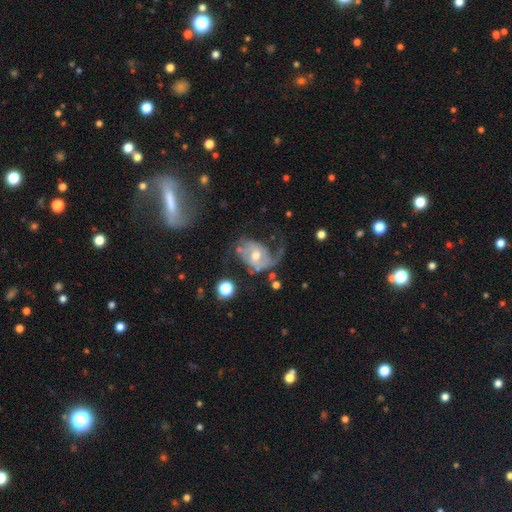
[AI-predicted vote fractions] This is likely a featured or disk galaxy (79%). It is clearly not viewed edge-on (97%). Bar: possibly no (56%). Spiral arm pattern: clearly yes (89%). Spiral arm count: possibly 2 (49%). Spiral winding: possibly loose (47%). Central bulge: likely moderate (68%). Merging: marginally major disturbance (38%).